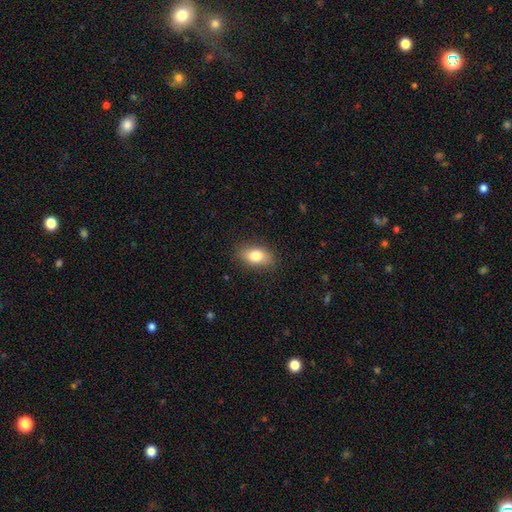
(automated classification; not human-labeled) Smooth or featured? smooth (81%)
How rounded? in between (86%)
Merging? none (86%)